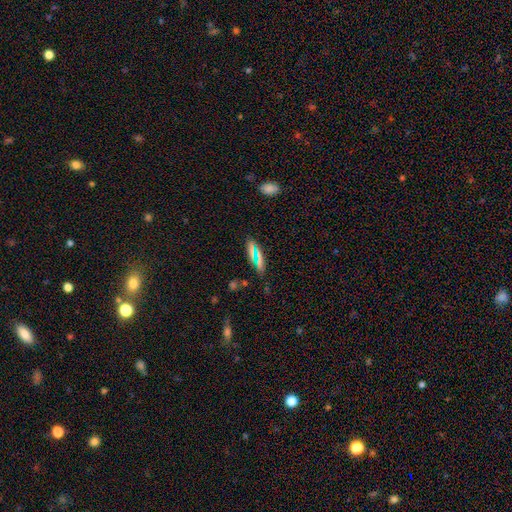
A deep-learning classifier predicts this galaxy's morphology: This appears to be a smooth galaxy with no disk features (65%) that is cigar-shaped (47%, tied with in between). Merging: none (79%).